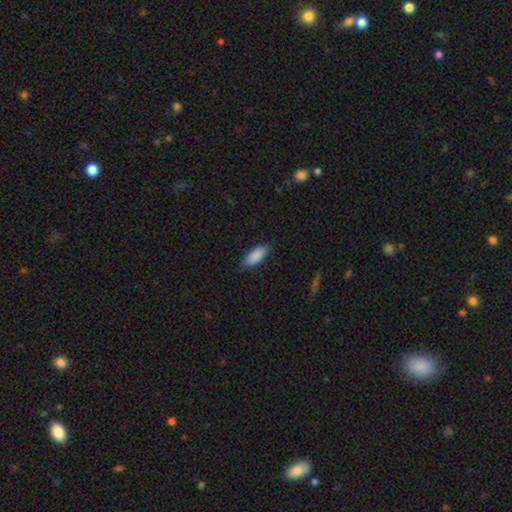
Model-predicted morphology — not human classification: Smooth or featured? smooth (89%)
How rounded? in between (82%)
Merging? none (78%)